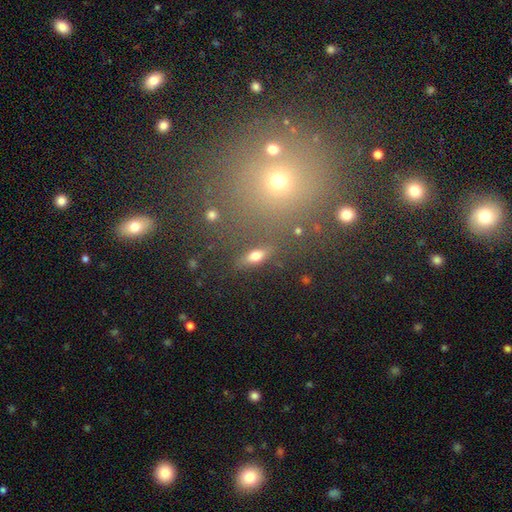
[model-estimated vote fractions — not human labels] A smooth galaxy with no disk features (67%) that is in between round and cigar-shaped (69%). Merging: none (79%).